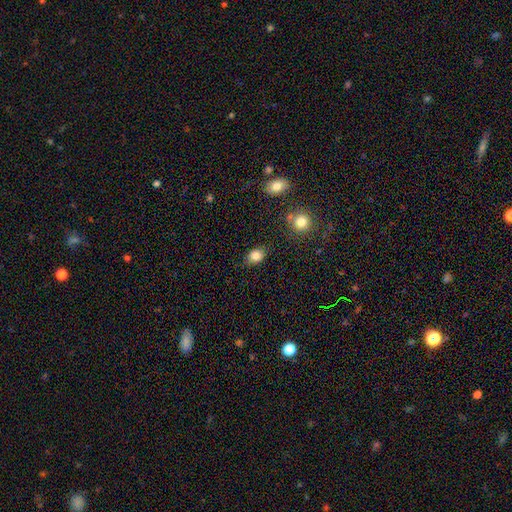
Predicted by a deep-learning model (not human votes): A smooth galaxy with no disk features (84%) that is in between round and cigar-shaped (64%).

Vote fractions:
- Smooth or featured? smooth: 84% / star or artifact: 10% / featured or disk: 7%
- How rounded? in between: 64% / round: 35% / cigar-shaped: 1%
- Merging? none: 80% / minor disturbance: 15% / major disturbance: 3% / merger: 2%